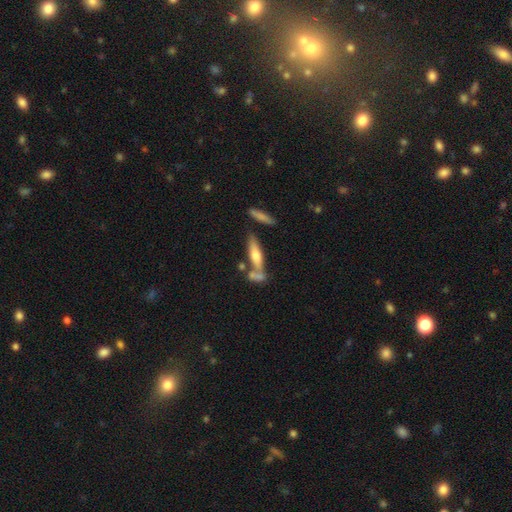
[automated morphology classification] The model was most divided on "smooth or featured": smooth: 51%, featured or disk: 43%, star or artifact: 7%. More confident: how rounded — cigar-shaped (71%); merging — none (56%).